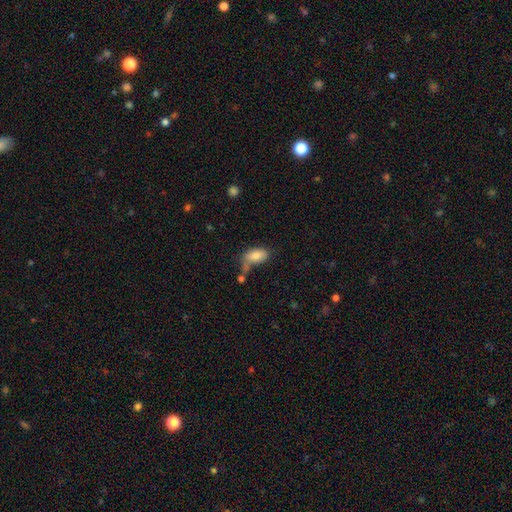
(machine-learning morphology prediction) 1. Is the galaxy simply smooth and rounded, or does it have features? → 81% smooth, 11% featured or disk, 8% star or artifact.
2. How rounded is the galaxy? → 92% in between, 5% round, 3% cigar-shaped.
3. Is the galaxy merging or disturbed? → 42% none, 24% minor disturbance, 20% merger, 14% major disturbance.